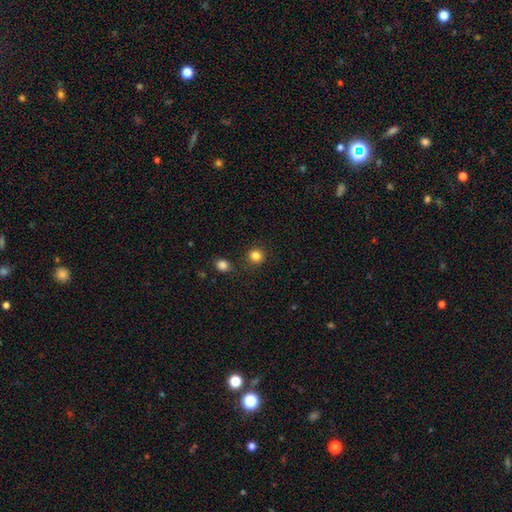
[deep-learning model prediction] Smooth or featured? smooth (83%)
How rounded? round (89%)
Merging? none (85%)